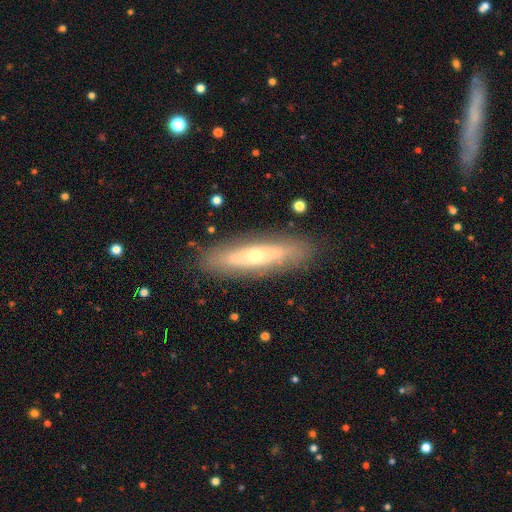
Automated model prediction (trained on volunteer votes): This is possibly a featured or disk galaxy (55%). It is possibly viewed edge-on (55%). Merging: clearly none (84%).